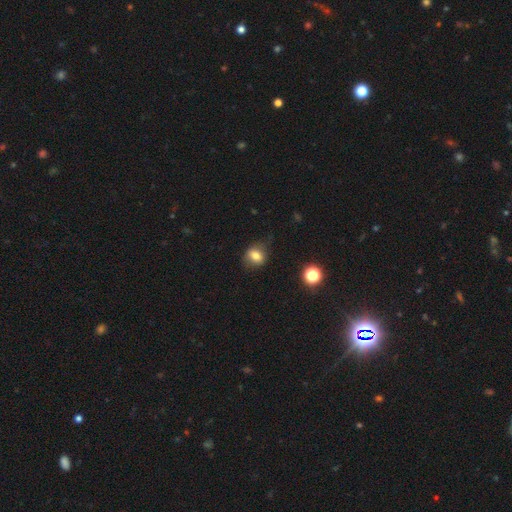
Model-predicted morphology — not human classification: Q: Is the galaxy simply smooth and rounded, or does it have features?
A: smooth — 75%.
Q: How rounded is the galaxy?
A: round — 57%.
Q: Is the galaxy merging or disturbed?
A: none — 70%.